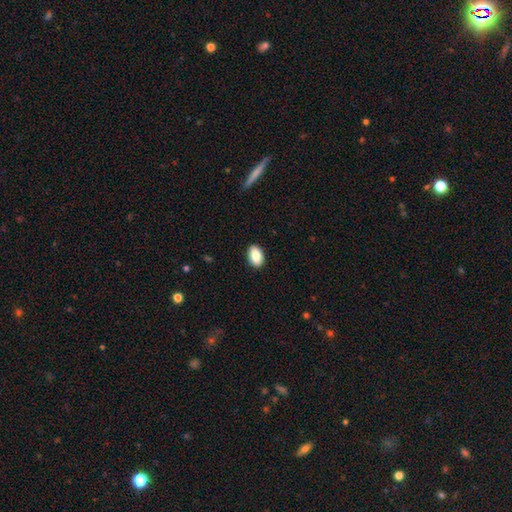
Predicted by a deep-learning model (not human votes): Smooth or featured? Predicted: smooth (p=0.87). How rounded? Predicted: in between (p=0.91). Merging? Predicted: none (p=0.90).